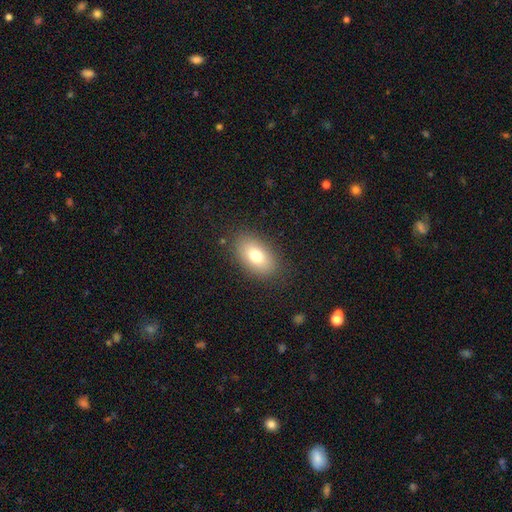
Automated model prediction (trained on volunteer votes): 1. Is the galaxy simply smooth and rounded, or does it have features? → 77% smooth, 15% featured or disk, 9% star or artifact.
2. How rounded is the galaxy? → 90% in between, 8% round, 2% cigar-shaped.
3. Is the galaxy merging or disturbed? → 85% none, 10% minor disturbance, 4% major disturbance, 1% merger.